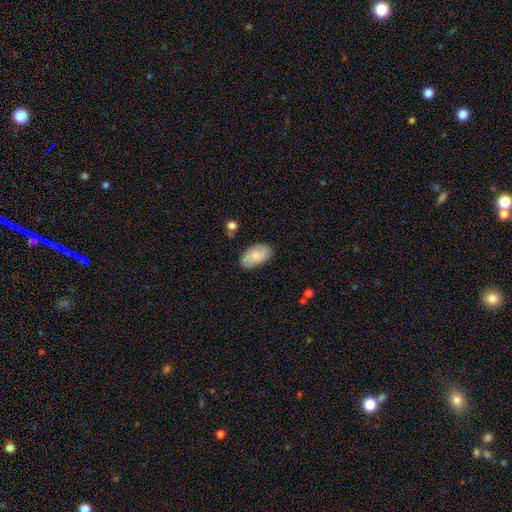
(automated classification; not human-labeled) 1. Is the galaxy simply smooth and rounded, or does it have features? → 73% smooth, 20% featured or disk, 6% star or artifact.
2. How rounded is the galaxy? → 95% in between, 4% round, 2% cigar-shaped.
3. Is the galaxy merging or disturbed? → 80% none, 15% minor disturbance, 3% major disturbance, 2% merger.